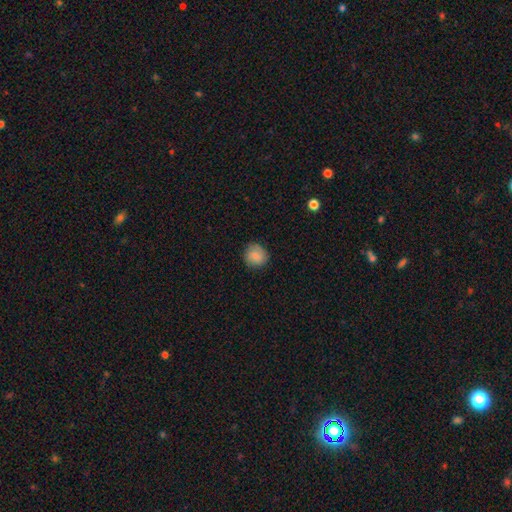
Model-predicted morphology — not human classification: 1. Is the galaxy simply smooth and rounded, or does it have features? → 83% smooth, 9% featured or disk, 8% star or artifact.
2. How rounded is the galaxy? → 90% round, 9% in between, 1% cigar-shaped.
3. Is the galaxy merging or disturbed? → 84% none, 12% minor disturbance, 3% major disturbance, 1% merger.